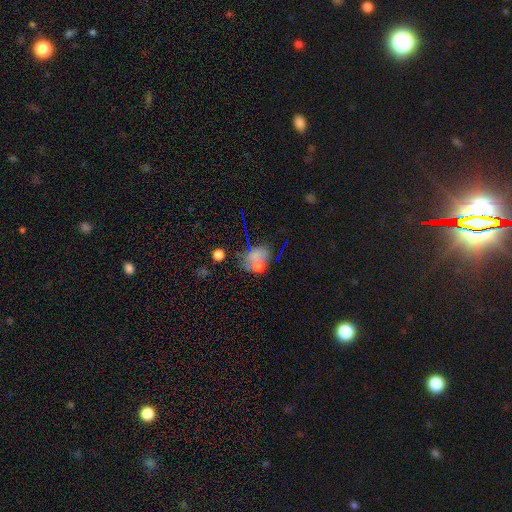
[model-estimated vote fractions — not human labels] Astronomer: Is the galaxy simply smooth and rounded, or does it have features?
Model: smooth — 57%.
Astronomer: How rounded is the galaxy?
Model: in between — 52% (runner-up: round, 46%).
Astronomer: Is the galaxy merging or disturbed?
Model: none — 48%.